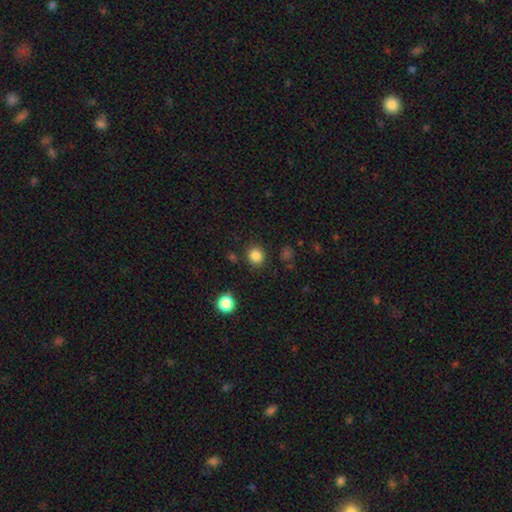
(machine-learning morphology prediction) Overall: smooth (84%). How rounded: round (87%). Merging: none (88%).